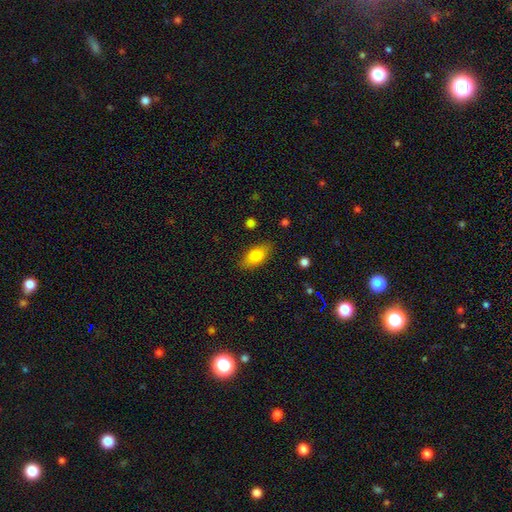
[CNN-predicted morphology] Smooth or featured? Predicted: smooth (p=0.81). How rounded? Predicted: in between (p=0.88). Merging? Predicted: none (p=0.84).